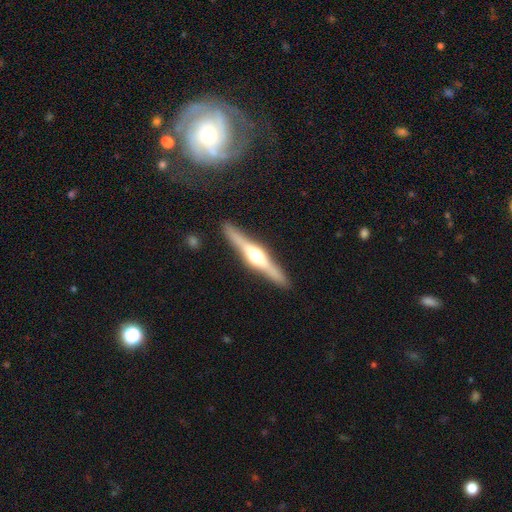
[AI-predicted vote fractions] A featured or disk galaxy (78%) viewed edge-on (98%) with a rounded central bulge (93%). Merging: none (90%).